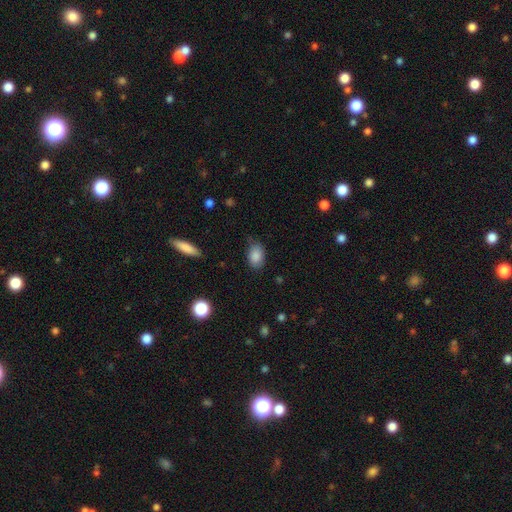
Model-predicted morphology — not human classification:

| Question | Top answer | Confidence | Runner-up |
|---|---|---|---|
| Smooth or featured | smooth | 87% | star or artifact (8%) |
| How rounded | in between | 87% | round (11%) |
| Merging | none | 72% | minor disturbance (22%) |